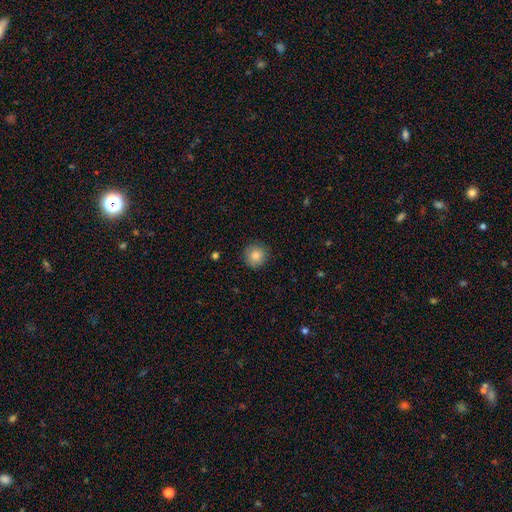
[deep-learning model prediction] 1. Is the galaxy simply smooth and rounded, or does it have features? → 84% smooth, 9% star or artifact, 7% featured or disk.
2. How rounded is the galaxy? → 94% round, 5% in between, 1% cigar-shaped.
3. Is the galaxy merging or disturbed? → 89% none, 8% minor disturbance, 2% major disturbance, 1% merger.